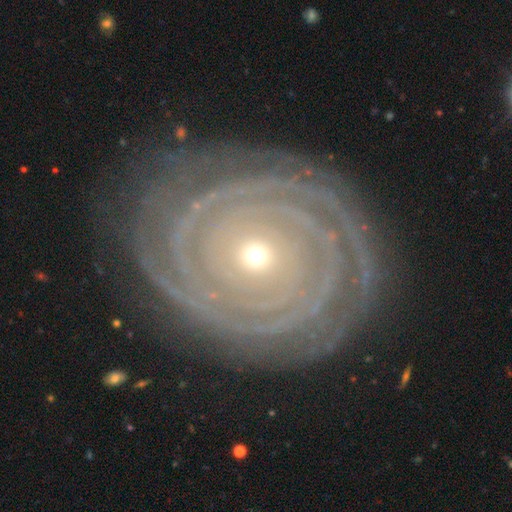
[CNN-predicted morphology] smooth-or-featured: featured or disk: 91% | star or artifact: 5% | smooth: 4%
  disk-edge-on: no: 97% | yes: 3%
    bar: no: 79% | weak: 11% | strong: 10%
    has-spiral-arms: yes: 98% | no: 2%
      spiral-winding: tight: 93% | medium: 5% | loose: 1%
      spiral-arm-count: 2: 35% | can't tell: 16% | 3: 15% | more than 4: 15% | 4: 12% | 1: 8%
    bulge-size: small: 71% | moderate: 26% | large: 1% | dominant: 1% | none: 1%
  merging: none: 85% | minor disturbance: 11% | major disturbance: 3% | merger: 1%